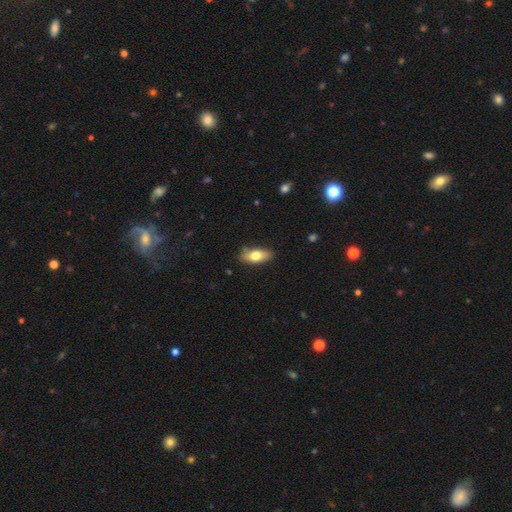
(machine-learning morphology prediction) type=smooth (74%); roundness=in between (84%); merging=none (80%).